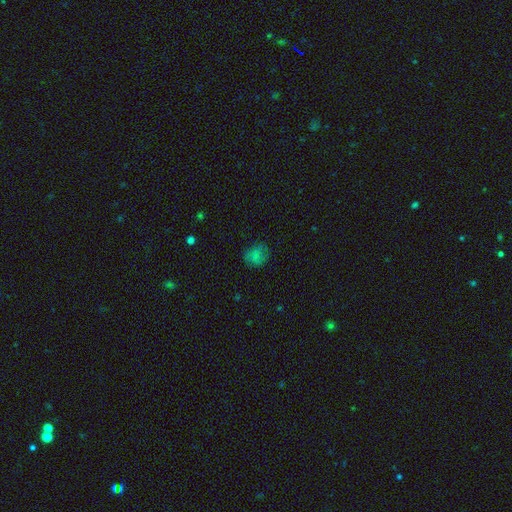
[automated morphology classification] Q: Smooth or featured?
A: smooth (74%); runner-up: star or artifact (16%)
Q: How rounded?
A: round (64%); runner-up: in between (35%)
Q: Merging?
A: none (68%); runner-up: minor disturbance (22%)